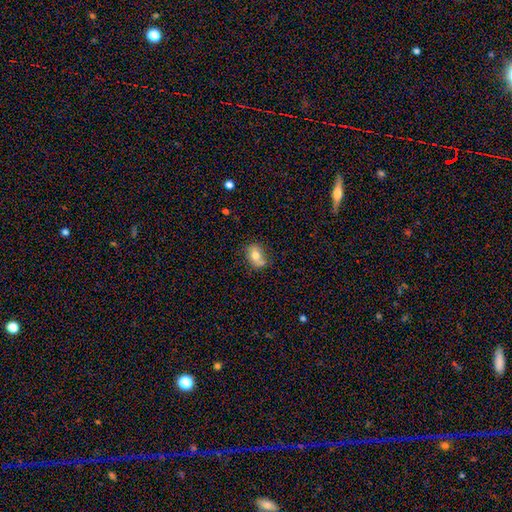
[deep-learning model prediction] smooth 70%, featured or disk 21%, star or artifact 9%. Down the decision tree: how rounded — in between (75%); merging — none (62%).